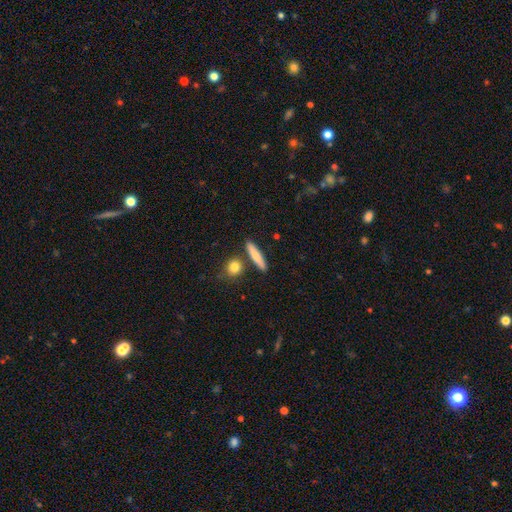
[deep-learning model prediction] The model was most divided on "smooth or featured": smooth: 74%, featured or disk: 19%, star or artifact: 6%. More confident: merging — none (80%); how rounded — cigar-shaped (74%).